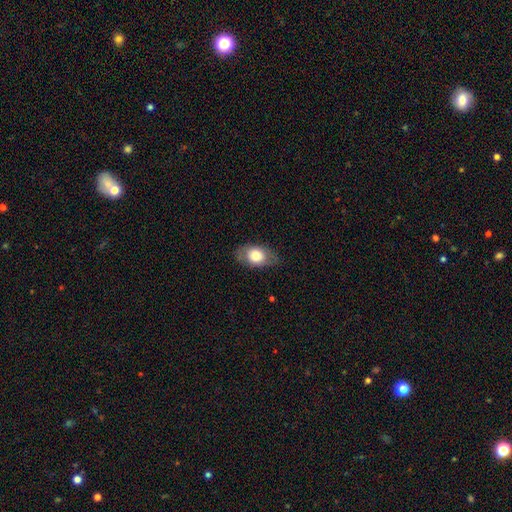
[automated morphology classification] smooth_or_featured: smooth (p=0.68) [alt: featured or disk p=0.25]
how_rounded: in between (p=0.80) [alt: round p=0.18]
merging: none (p=0.76) [alt: minor disturbance p=0.16]